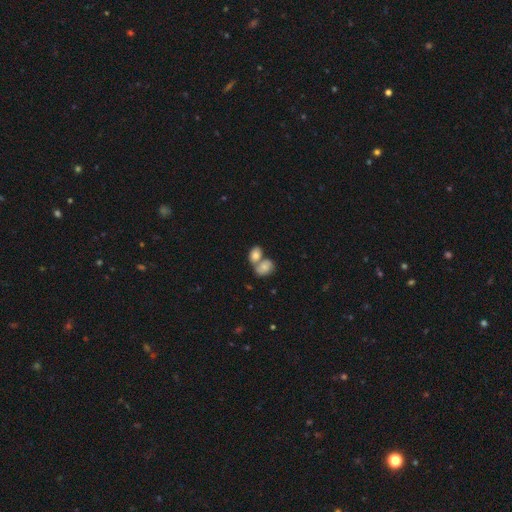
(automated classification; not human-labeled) smooth-or-featured: smooth: 76% | featured or disk: 15% | star or artifact: 9%
  how-rounded: in between: 71% | round: 28% | cigar-shaped: 2%
  merging: merger: 61% | none: 28% | minor disturbance: 8% | major disturbance: 3%